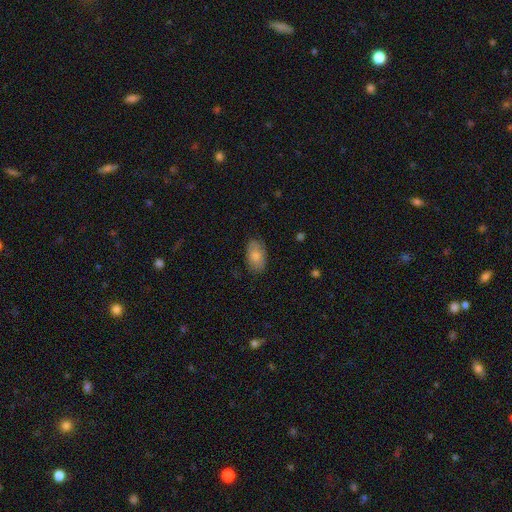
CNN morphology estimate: A smooth galaxy with no disk features (80%) that is in between round and cigar-shaped (93%).

Vote fractions:
- Smooth or featured? smooth: 80% / featured or disk: 14% / star or artifact: 6%
- How rounded? in between: 93% / round: 6% / cigar-shaped: 2%
- Merging? none: 81% / minor disturbance: 14% / major disturbance: 3% / merger: 1%